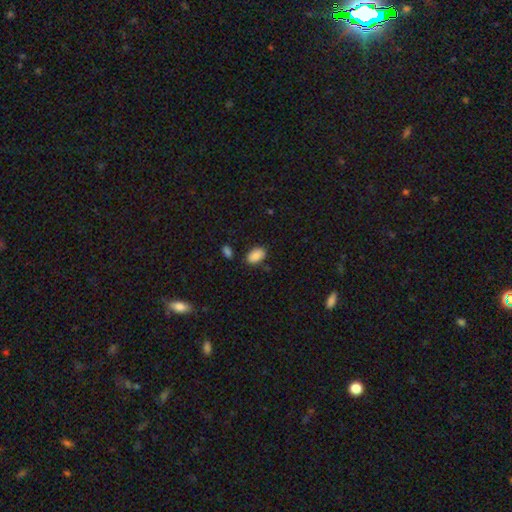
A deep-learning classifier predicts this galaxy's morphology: Smooth or featured?
  - smooth: 89% *
  - star or artifact: 7%
  - featured or disk: 3%
How rounded?
  - in between: 92% *
  - round: 7%
  - cigar-shaped: 1%
Merging?
  - none: 82% *
  - minor disturbance: 11%
  - merger: 4%
  - major disturbance: 3%